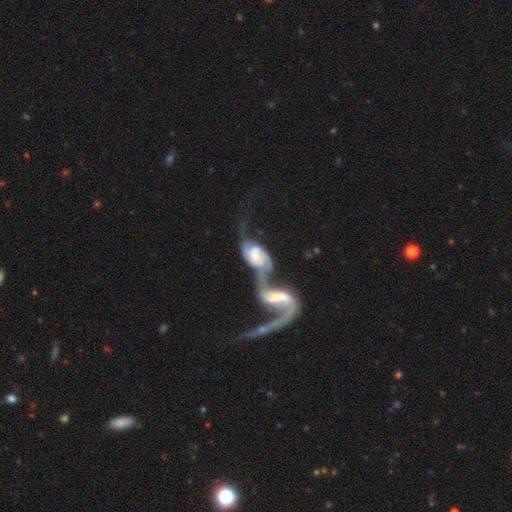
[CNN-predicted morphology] Q: Smooth or featured?
A: featured or disk (79%); runner-up: smooth (15%)
Q: Edge-on disk?
A: no (95%); runner-up: yes (5%)
Q: Bar?
A: no (46%); runner-up: weak (36%)
Q: Spiral arms?
A: yes (90%); runner-up: no (10%)
Q: Spiral winding?
A: loose (59%); runner-up: medium (28%)
Q: Spiral arm count?
A: 2 (81%); runner-up: can't tell (9%)
Q: Bulge size?
A: small (43%); runner-up: moderate (35%)
Q: Merging?
A: merger (81%); runner-up: major disturbance (8%)